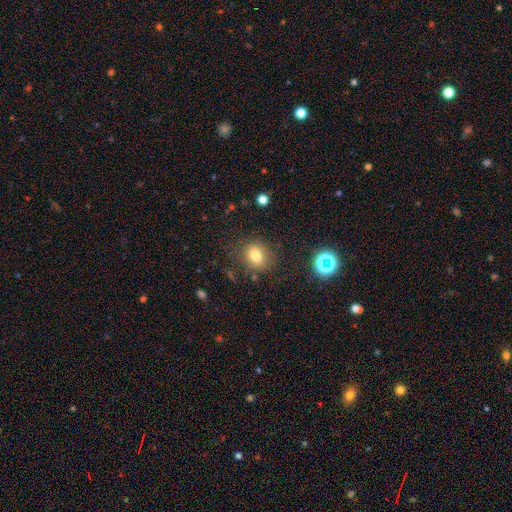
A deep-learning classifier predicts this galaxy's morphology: A smooth galaxy with no disk features (75%) that is round (63%).

Vote fractions:
- Smooth or featured? smooth: 75% / star or artifact: 14% / featured or disk: 10%
- How rounded? round: 63% / in between: 36% / cigar-shaped: 1%
- Merging? none: 79% / minor disturbance: 13% / major disturbance: 5% / merger: 3%